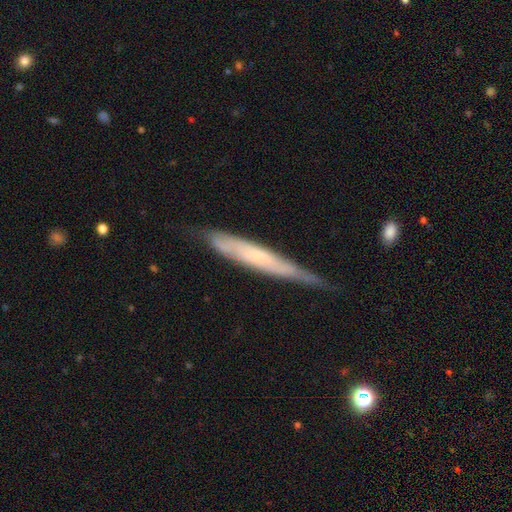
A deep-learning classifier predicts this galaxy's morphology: smooth_or_featured: featured or disk (p=0.57) [alt: smooth p=0.37]
disk_edge_on: yes (p=0.78) [alt: no p=0.22]
merging: none (p=0.64) [alt: minor disturbance p=0.28]